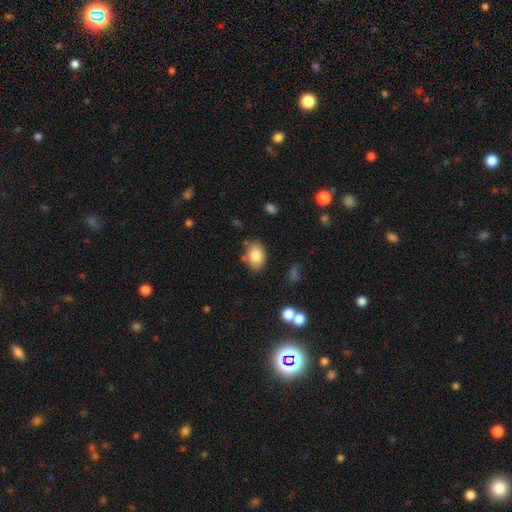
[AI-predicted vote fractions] Overall: smooth (82%). How rounded: in between (74%). Merging: none (74%).